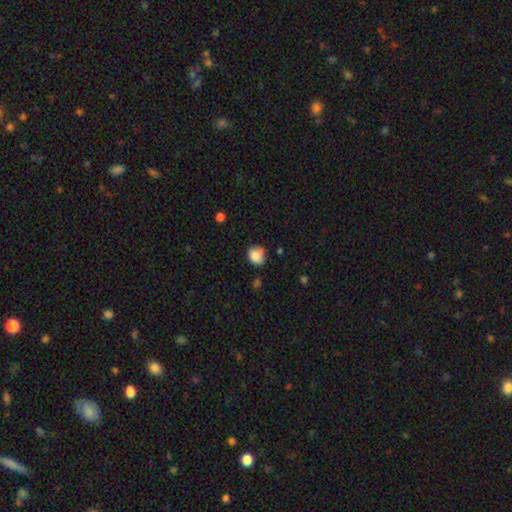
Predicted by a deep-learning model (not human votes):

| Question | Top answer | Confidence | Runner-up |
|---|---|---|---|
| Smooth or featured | smooth | 86% | star or artifact (9%) |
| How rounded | round | 73% | in between (26%) |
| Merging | none | 66% | minor disturbance (25%) |